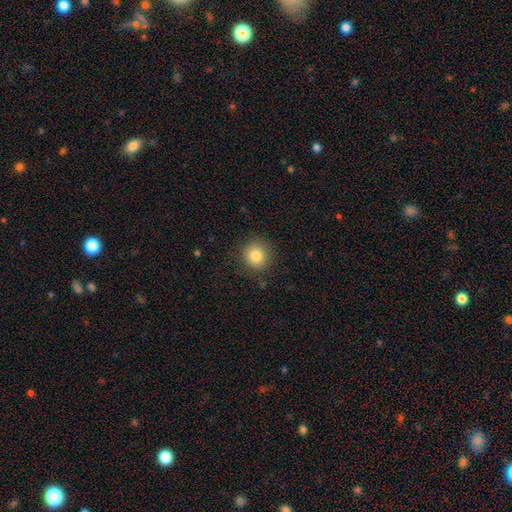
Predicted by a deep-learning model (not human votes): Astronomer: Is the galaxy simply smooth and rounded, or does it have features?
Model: smooth — 83%.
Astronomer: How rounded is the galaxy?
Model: round — 90%.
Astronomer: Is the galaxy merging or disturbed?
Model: none — 88%.